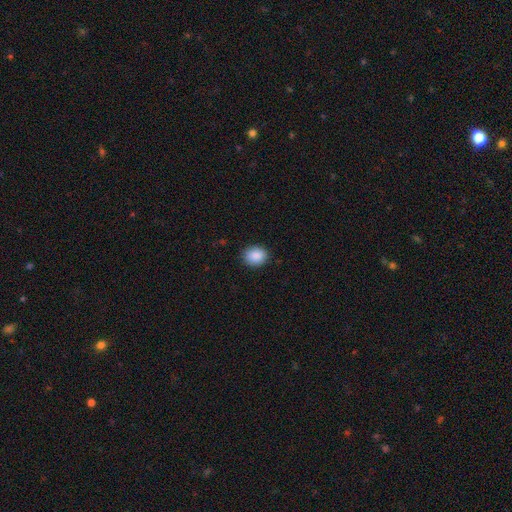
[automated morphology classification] smooth 89%, star or artifact 8%, featured or disk 3%. Down the decision tree: how rounded — round (56%); merging — none (87%).